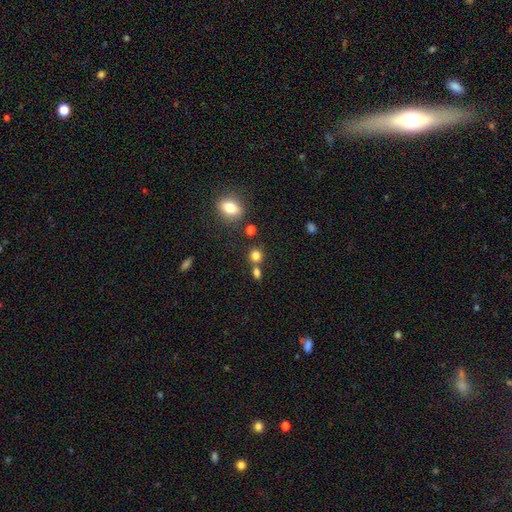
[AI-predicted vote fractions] The model was most divided on "merging": none: 65%, merger: 23%, minor disturbance: 9%, major disturbance: 3%. More confident: how rounded — round (84%); smooth or featured — smooth (79%).